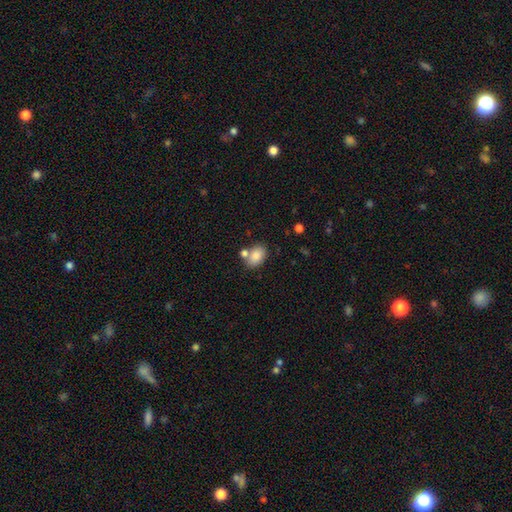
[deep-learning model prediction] smooth-or-featured: smooth: 84% | featured or disk: 8% | star or artifact: 8%
  how-rounded: in between: 84% | round: 15% | cigar-shaped: 1%
  merging: none: 63% | merger: 20% | minor disturbance: 13% | major disturbance: 4%